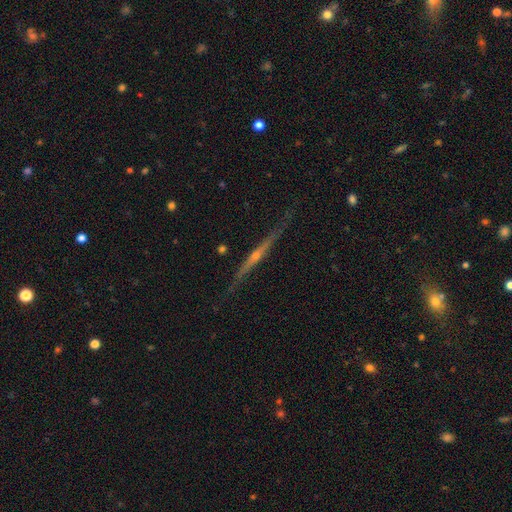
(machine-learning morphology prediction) Q: Smooth or featured?
A: featured or disk (82%); runner-up: smooth (12%)
Q: Edge-on disk?
A: yes (98%); runner-up: no (2%)
Q: Edge-on bulge?
A: rounded (77%); runner-up: none (17%)
Q: Merging?
A: none (85%); runner-up: minor disturbance (12%)